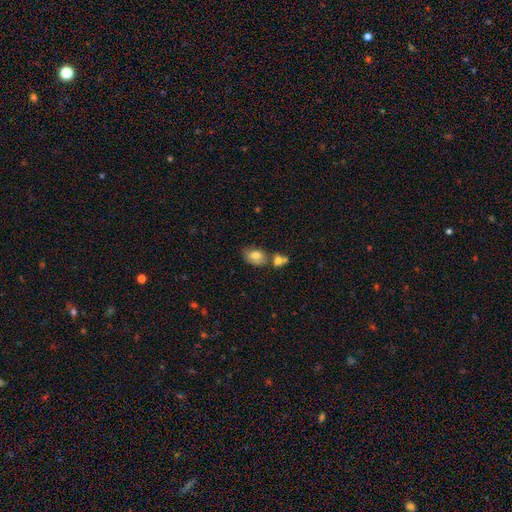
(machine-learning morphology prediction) Overall: smooth (77%). How rounded: in between (85%). Merging: none (48%; merger 31%).